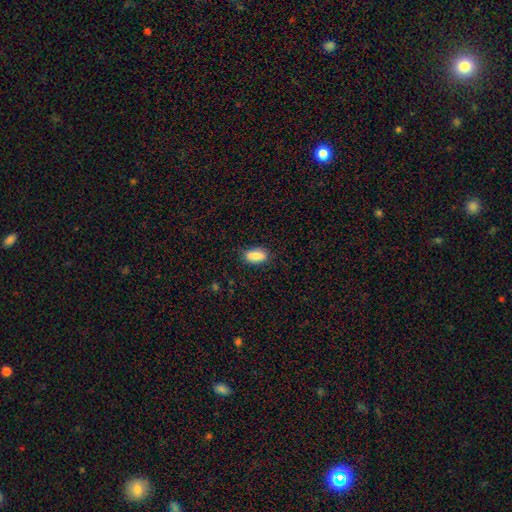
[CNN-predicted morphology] smooth_or_featured: smooth (p=0.88) [alt: star or artifact p=0.07]
how_rounded: in between (p=0.86) [alt: cigar-shaped p=0.11]
merging: none (p=0.85) [alt: minor disturbance p=0.11]